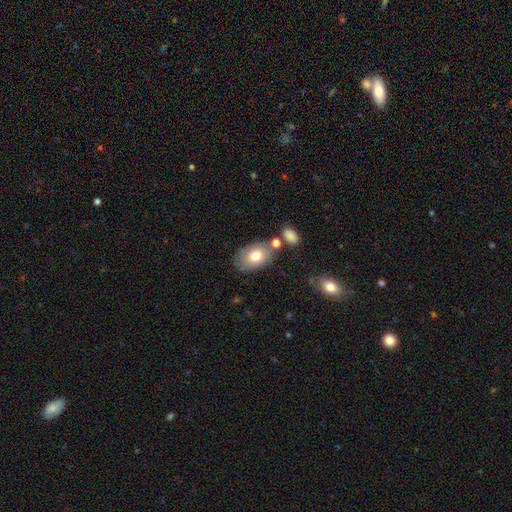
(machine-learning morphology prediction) Overall: smooth (75%). How rounded: in between (87%). Merging: none (70%).